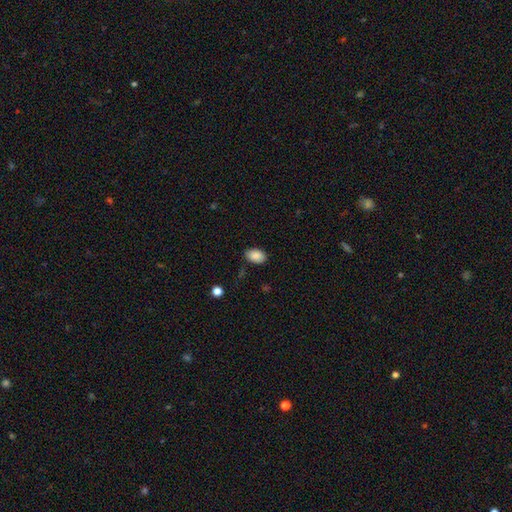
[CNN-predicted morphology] Smooth or featured?
  - smooth: 88% *
  - star or artifact: 7%
  - featured or disk: 4%
How rounded?
  - in between: 89% *
  - round: 10%
  - cigar-shaped: 1%
Merging?
  - none: 84% *
  - minor disturbance: 12%
  - major disturbance: 3%
  - merger: 1%